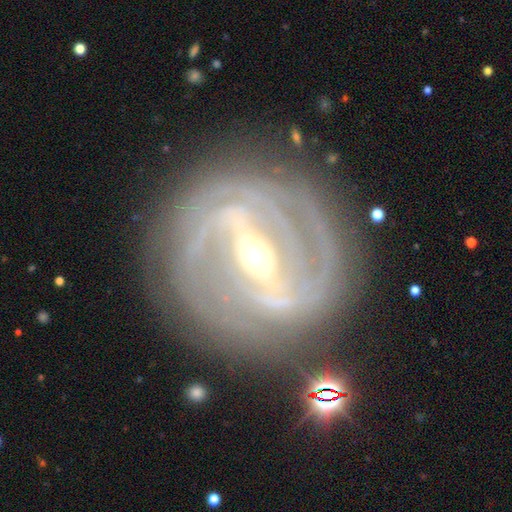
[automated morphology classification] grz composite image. It shows a featured or disk galaxy (91%) with a strong bar (77%), 2 (35%) tight (69%) spiral arms (95%) and a small central bulge (56%). Merging: none (82%).